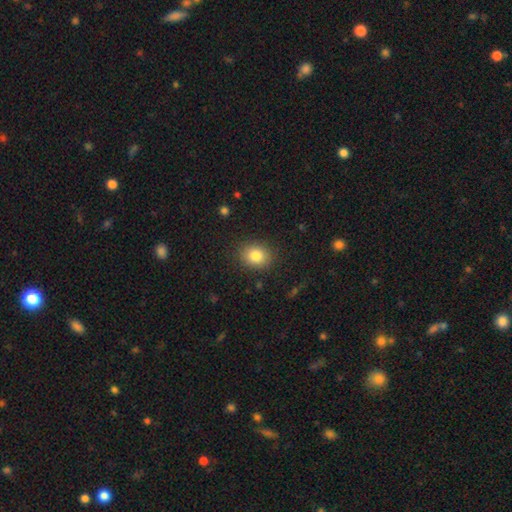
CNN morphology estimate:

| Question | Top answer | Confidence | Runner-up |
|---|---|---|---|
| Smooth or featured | smooth | 83% | star or artifact (10%) |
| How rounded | round | 57% | in between (42%) |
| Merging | none | 87% | minor disturbance (9%) |